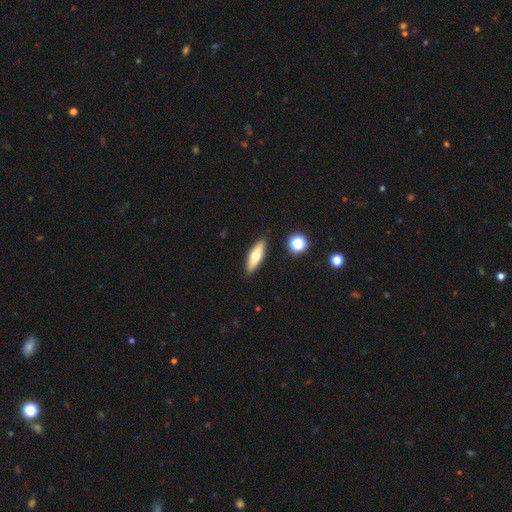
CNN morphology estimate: This is possibly a smooth galaxy (59%). How rounded: possibly in between (50%). Merging: clearly none (89%).